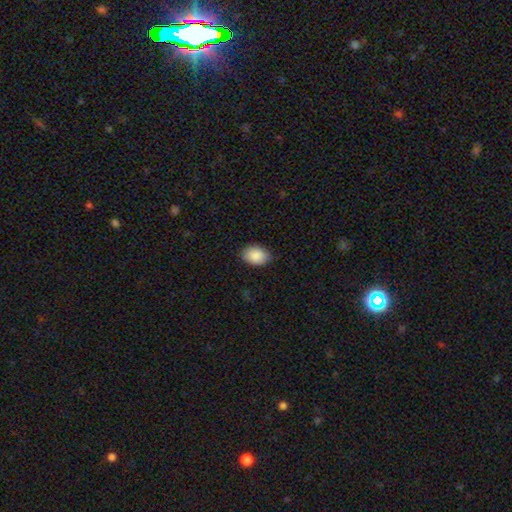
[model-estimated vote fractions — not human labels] This appears to be a smooth galaxy with no disk features (90%) that is in between round and cigar-shaped (76%). Merging: none (80%).